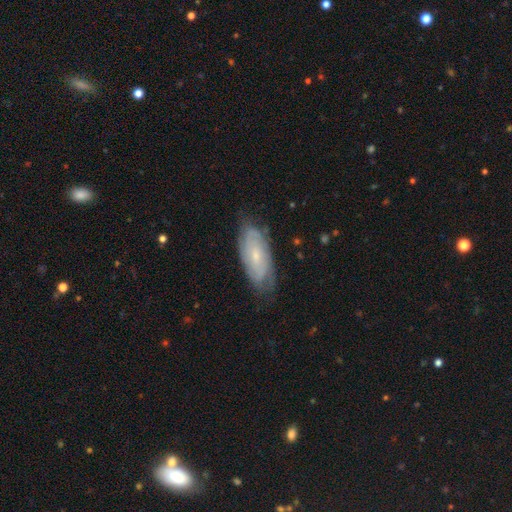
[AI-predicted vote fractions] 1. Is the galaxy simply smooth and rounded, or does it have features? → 60% featured or disk, 33% smooth, 7% star or artifact.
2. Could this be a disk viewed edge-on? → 88% no, 12% yes.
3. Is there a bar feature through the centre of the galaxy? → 64% no, 30% weak, 6% strong.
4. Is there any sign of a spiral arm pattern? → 84% yes, 16% no.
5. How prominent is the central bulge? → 69% small, 25% moderate, 4% none, 1% large, 1% dominant.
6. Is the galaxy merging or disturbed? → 72% none, 22% minor disturbance, 5% major disturbance, 1% merger.